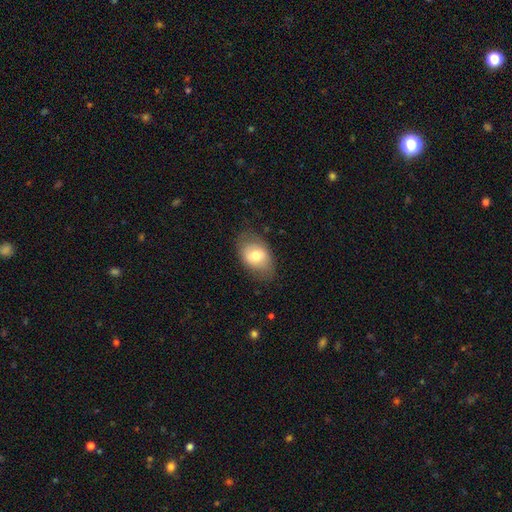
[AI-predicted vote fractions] Smooth or featured? smooth (70%)
How rounded? in between (85%)
Merging? none (74%)